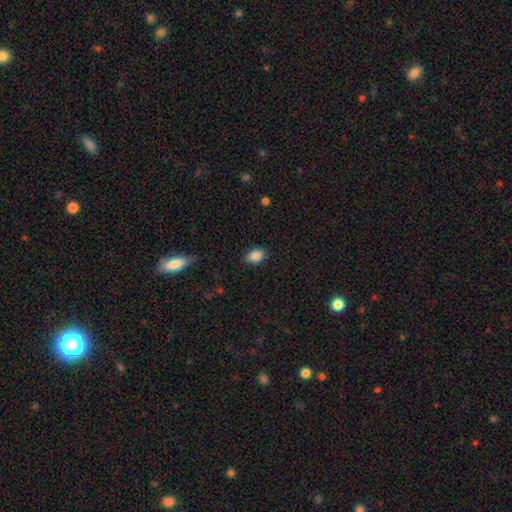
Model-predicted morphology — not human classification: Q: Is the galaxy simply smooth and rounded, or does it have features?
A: smooth — 86%.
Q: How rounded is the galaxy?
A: in between — 84%.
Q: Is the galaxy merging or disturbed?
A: none — 85%.